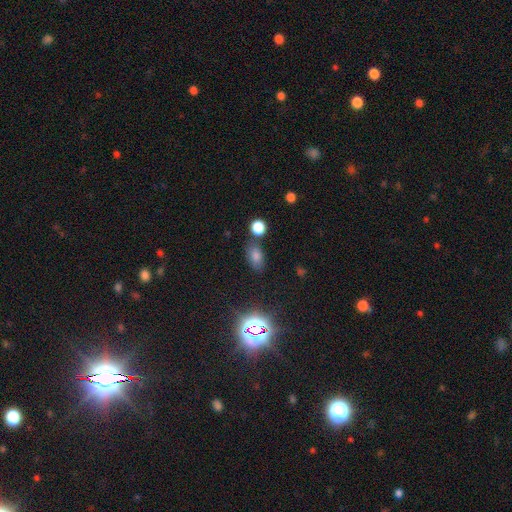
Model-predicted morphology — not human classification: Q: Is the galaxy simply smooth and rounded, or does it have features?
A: smooth — 61%.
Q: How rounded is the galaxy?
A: in between — 82%.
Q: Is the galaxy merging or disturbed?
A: none — 80%.